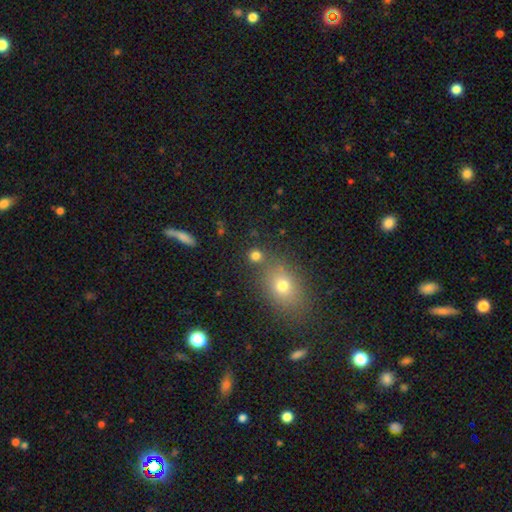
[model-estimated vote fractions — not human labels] Smooth or featured?
  - smooth: 77% *
  - star or artifact: 16%
  - featured or disk: 7%
How rounded?
  - round: 83% *
  - in between: 15%
  - cigar-shaped: 1%
Merging?
  - none: 74% *
  - merger: 14%
  - minor disturbance: 8%
  - major disturbance: 4%